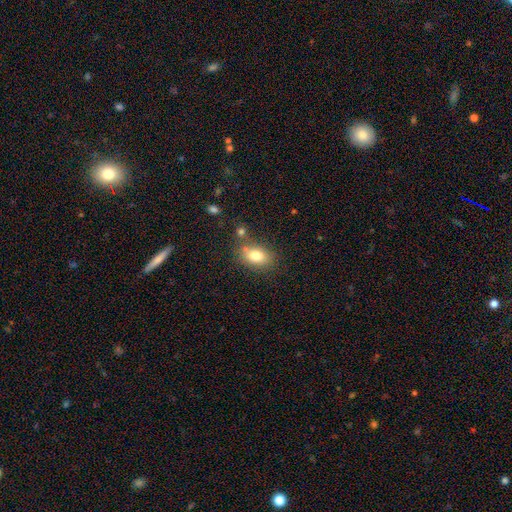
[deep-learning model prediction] Smooth or featured?
  - smooth: 79% *
  - featured or disk: 11%
  - star or artifact: 9%
How rounded?
  - in between: 82% *
  - round: 16%
  - cigar-shaped: 2%
Merging?
  - none: 63% *
  - minor disturbance: 16%
  - merger: 16%
  - major disturbance: 5%